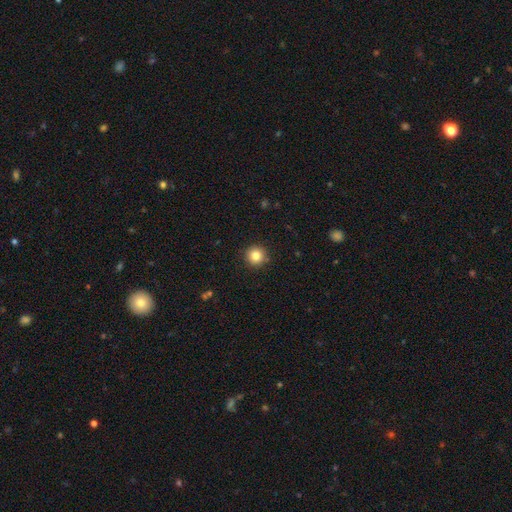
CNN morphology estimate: smooth_or_featured: smooth (p=0.83) [alt: star or artifact p=0.11]
how_rounded: round (p=0.95) [alt: in between p=0.04]
merging: none (p=0.91) [alt: minor disturbance p=0.06]